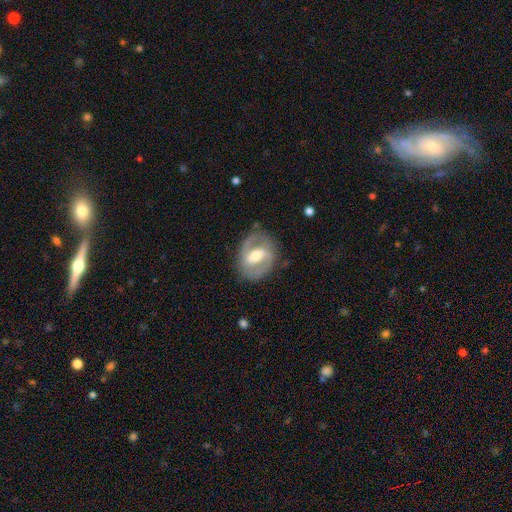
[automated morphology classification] The model was most divided on "bar": strong: 43%, weak: 42%, no: 16%. Remaining: edge-on disk — no (95%); spiral arm count — 2 (82%); merging — none (78%); smooth or featured — featured or disk (76%); spiral arms — yes (74%); bulge size — moderate (68%); spiral winding — medium (46%).